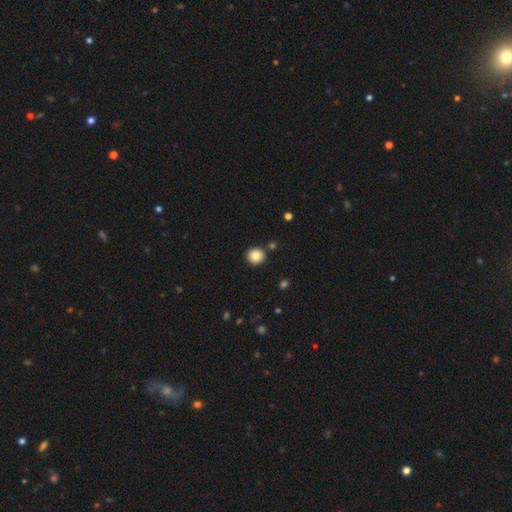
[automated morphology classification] A smooth galaxy with no disk features (84%) that is round (92%). Merging: none (87%).